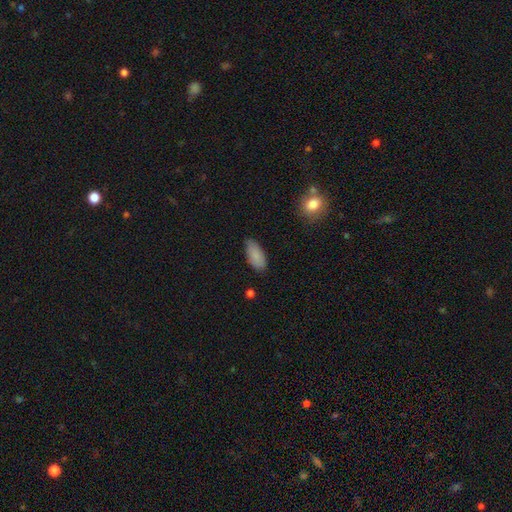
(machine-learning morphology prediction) smooth-or-featured: smooth: 86% | featured or disk: 7% | star or artifact: 7%
  how-rounded: in between: 91% | cigar-shaped: 7% | round: 2%
  merging: none: 75% | minor disturbance: 20% | major disturbance: 3% | merger: 1%